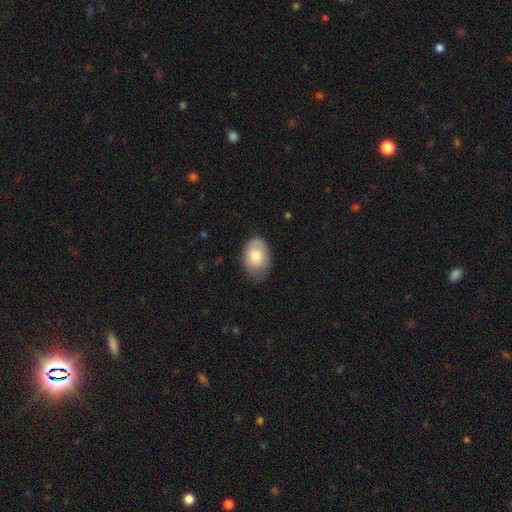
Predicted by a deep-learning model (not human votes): The model was most divided on "merging": none: 63%, minor disturbance: 29%, major disturbance: 6%, merger: 1%. More confident: how rounded — in between (85%); smooth or featured — smooth (75%).